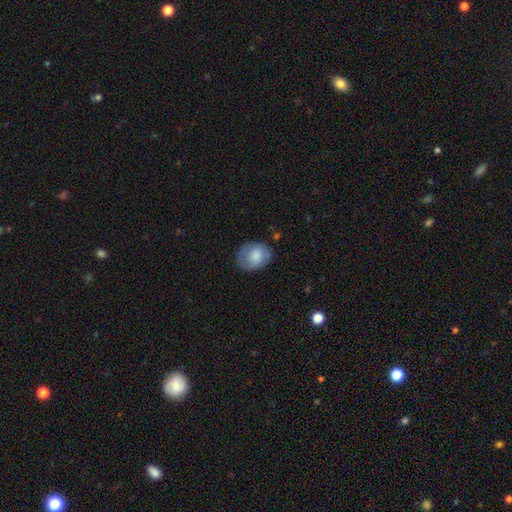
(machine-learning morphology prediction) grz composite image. It shows a smooth galaxy with no disk features (72%) that is in between round and cigar-shaped (53%). Merging: none (70%).